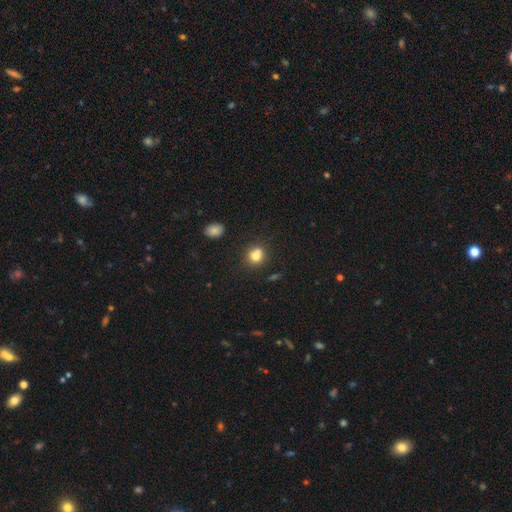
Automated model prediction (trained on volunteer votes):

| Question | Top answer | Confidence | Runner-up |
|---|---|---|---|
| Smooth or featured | smooth | 75% | star or artifact (13%) |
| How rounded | round | 81% | in between (18%) |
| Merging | none | 54% | merger (32%) |